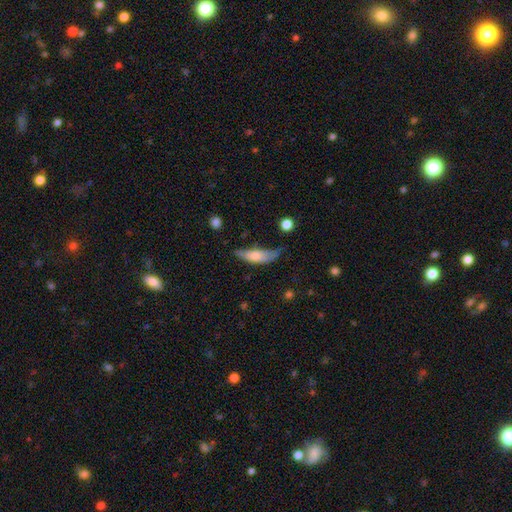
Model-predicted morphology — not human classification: smooth-or-featured: smooth: 67% | featured or disk: 27% | star or artifact: 6%
  how-rounded: in between: 53% | cigar-shaped: 45% | round: 3%
  merging: minor disturbance: 39% | none: 34% | major disturbance: 22% | merger: 5%